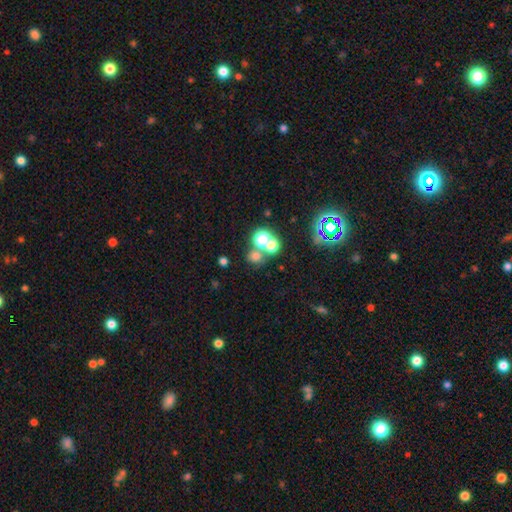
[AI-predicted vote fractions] Q: Smooth or featured?
A: smooth (62%); runner-up: star or artifact (26%)
Q: How rounded?
A: round (83%); runner-up: in between (16%)
Q: Merging?
A: none (53%); runner-up: merger (35%)